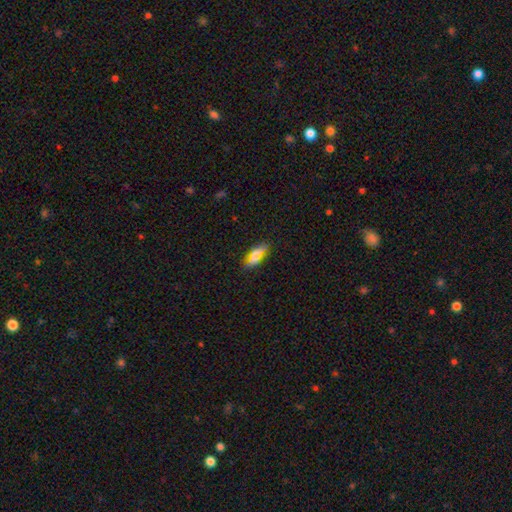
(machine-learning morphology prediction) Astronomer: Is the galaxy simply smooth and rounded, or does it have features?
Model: smooth — 68%.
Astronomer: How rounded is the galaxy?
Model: in between — 71%.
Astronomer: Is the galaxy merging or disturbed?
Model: none — 79%.